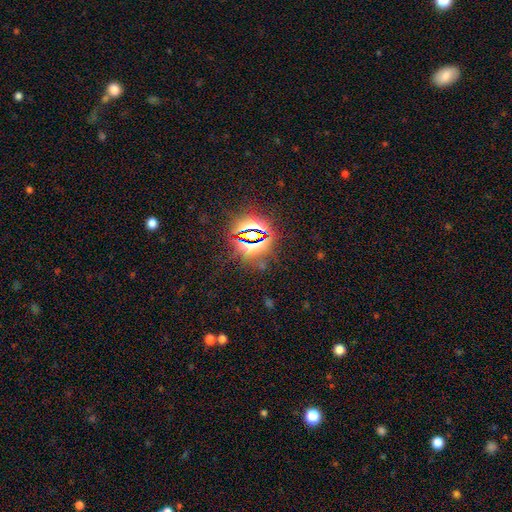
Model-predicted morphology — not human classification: Smooth or featured? Predicted: star or artifact (p=0.82).